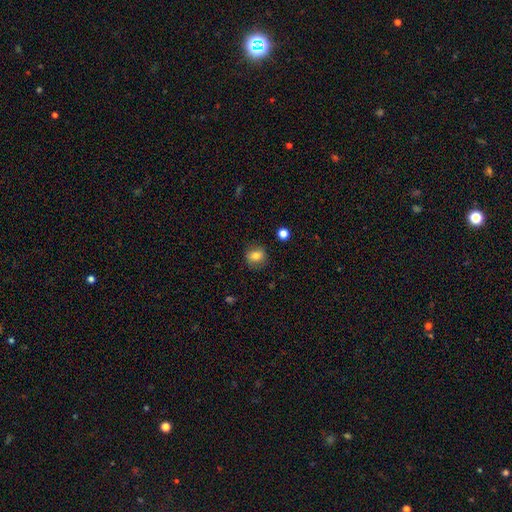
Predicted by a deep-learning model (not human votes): Smooth or featured? Predicted: smooth (p=0.78). How rounded? Predicted: round (p=0.72). Merging? Predicted: none (p=0.84).